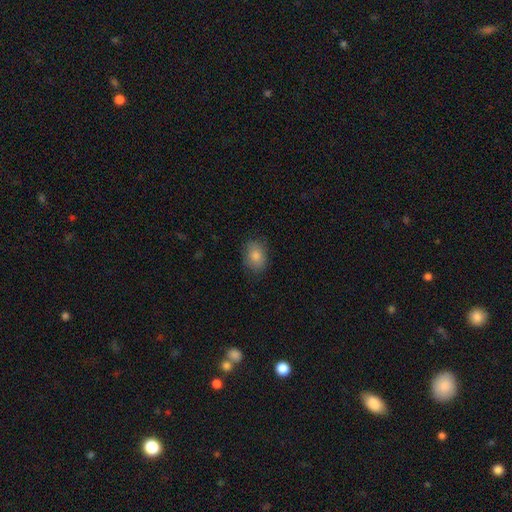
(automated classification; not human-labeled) Smooth or featured? smooth (84%)
How rounded? in between (68%)
Merging? none (82%)